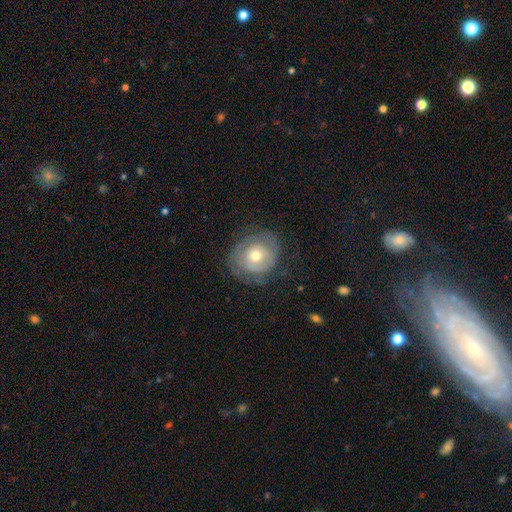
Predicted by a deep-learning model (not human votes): Smooth or featured? Predicted: featured or disk (p=0.56). Edge-on disk? Predicted: no (p=0.96). Bar? Predicted: no (p=0.83). Spiral arms? Predicted: yes (p=0.58). Bulge size? Predicted: moderate (p=0.67). Merging? Predicted: none (p=0.67).